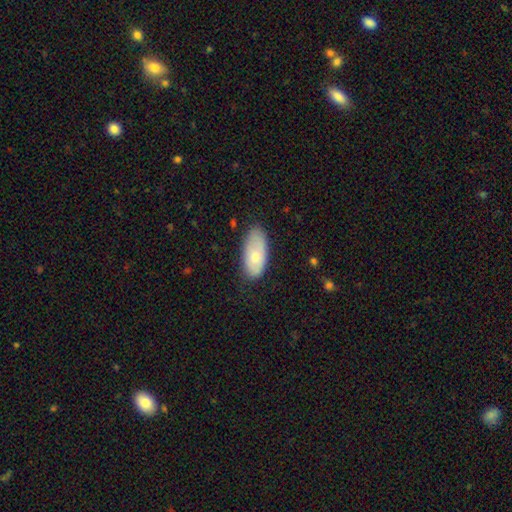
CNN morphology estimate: The model was most divided on "merging": none: 70%, minor disturbance: 24%, major disturbance: 4%, merger: 1%. More confident: how rounded — in between (93%); smooth or featured — smooth (71%).